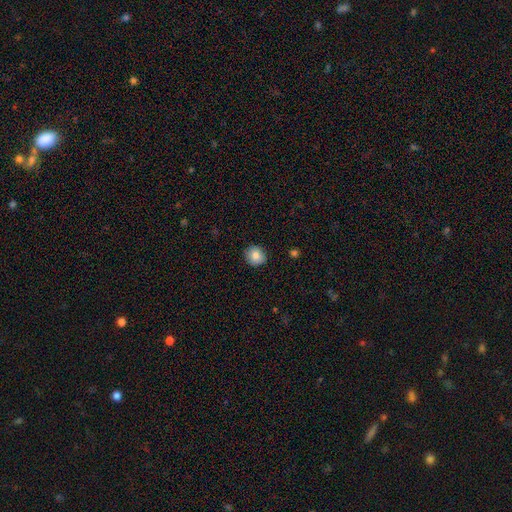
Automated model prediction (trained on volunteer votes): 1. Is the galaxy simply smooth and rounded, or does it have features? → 84% smooth, 9% star or artifact, 7% featured or disk.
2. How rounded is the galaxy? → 86% round, 13% in between, 1% cigar-shaped.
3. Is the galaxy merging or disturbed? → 89% none, 8% minor disturbance, 2% major disturbance, 1% merger.